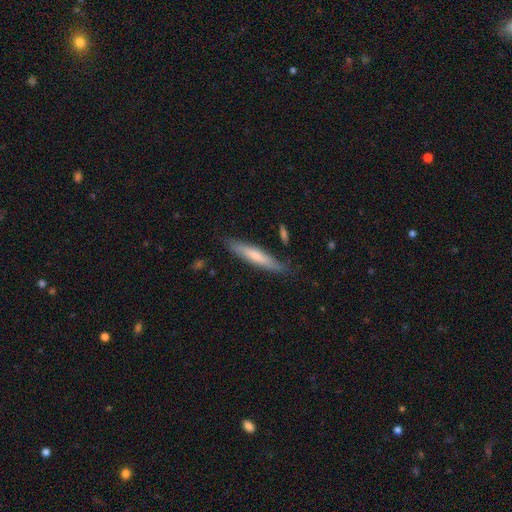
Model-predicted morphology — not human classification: Smooth or featured?
  - smooth: 63% *
  - featured or disk: 31%
  - star or artifact: 5%
How rounded?
  - cigar-shaped: 90% *
  - in between: 9%
  - round: 1%
Merging?
  - none: 81% *
  - minor disturbance: 14%
  - major disturbance: 3%
  - merger: 2%